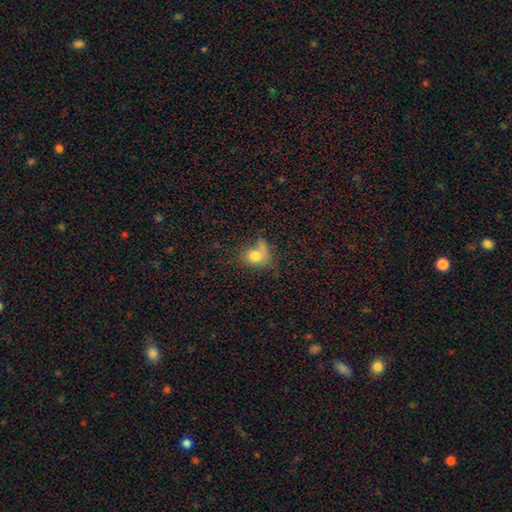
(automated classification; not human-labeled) Q: Smooth or featured?
A: smooth (76%); runner-up: featured or disk (12%)
Q: How rounded?
A: round (53%); runner-up: in between (45%)
Q: Merging?
A: none (37%); runner-up: merger (26%)